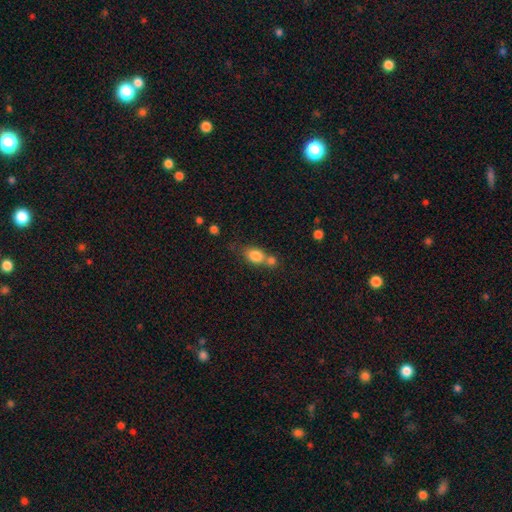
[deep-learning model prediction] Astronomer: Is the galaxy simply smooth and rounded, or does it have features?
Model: smooth — 81%.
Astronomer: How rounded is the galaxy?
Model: in between — 65%.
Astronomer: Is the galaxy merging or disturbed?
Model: merger — 46% (runner-up: none, 37%).